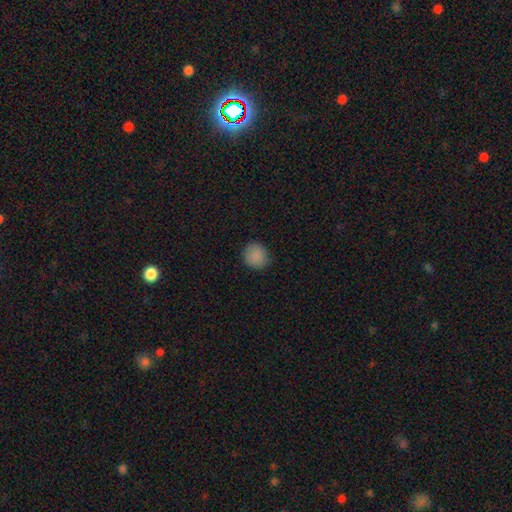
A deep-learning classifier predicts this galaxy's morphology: Q: Smooth or featured?
A: smooth (87%); runner-up: star or artifact (9%)
Q: How rounded?
A: round (88%); runner-up: in between (11%)
Q: Merging?
A: none (85%); runner-up: minor disturbance (12%)